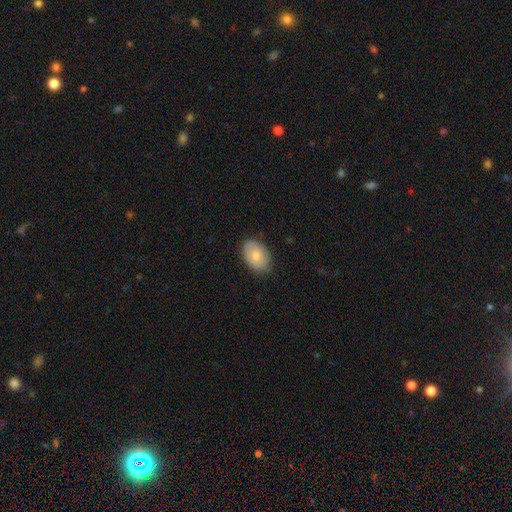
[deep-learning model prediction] A smooth galaxy with no disk features (80%) that is in between round and cigar-shaped (86%). Merging: none (81%).